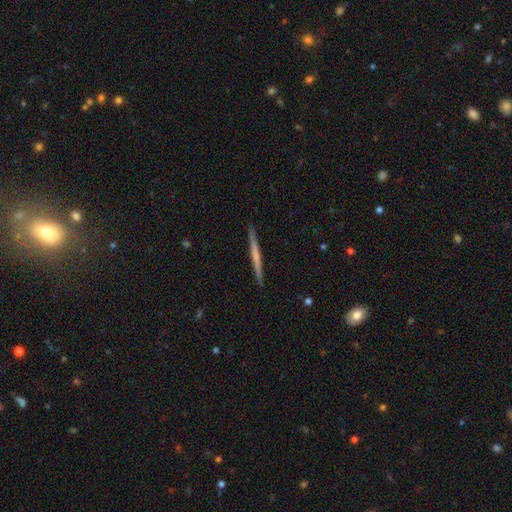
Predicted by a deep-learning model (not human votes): Overall: featured or disk (51%; smooth 44%). Edge-on disk: yes (98%). Merging: none (92%).